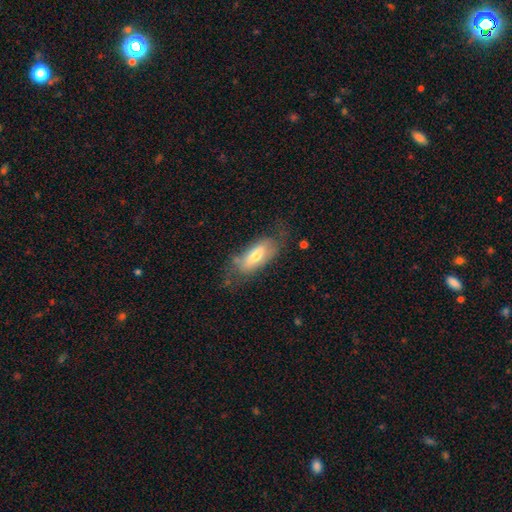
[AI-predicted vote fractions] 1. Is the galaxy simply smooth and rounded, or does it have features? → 55% smooth, 38% featured or disk, 7% star or artifact.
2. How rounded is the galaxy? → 75% in between, 23% cigar-shaped, 2% round.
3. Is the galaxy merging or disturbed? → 56% none, 26% minor disturbance, 16% major disturbance, 2% merger.